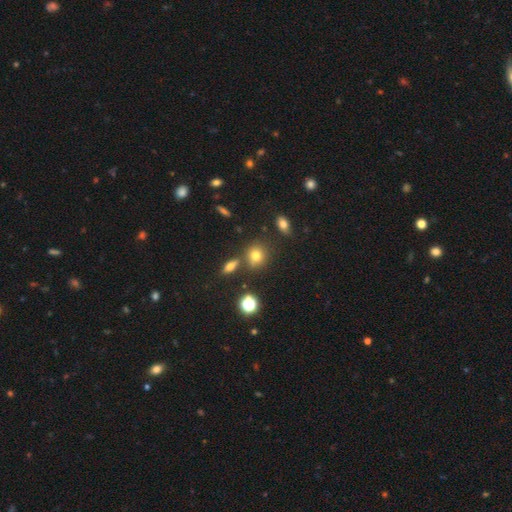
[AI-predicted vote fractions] The model was most divided on "smooth or featured": smooth: 71%, star or artifact: 18%, featured or disk: 11%. More confident: how rounded — round (77%); merging — none (71%).